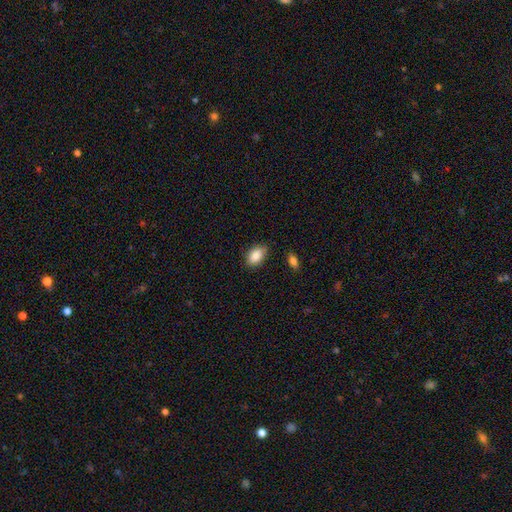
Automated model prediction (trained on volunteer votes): This is clearly a smooth galaxy (87%). How rounded: clearly in between (89%). Merging: likely none (79%).